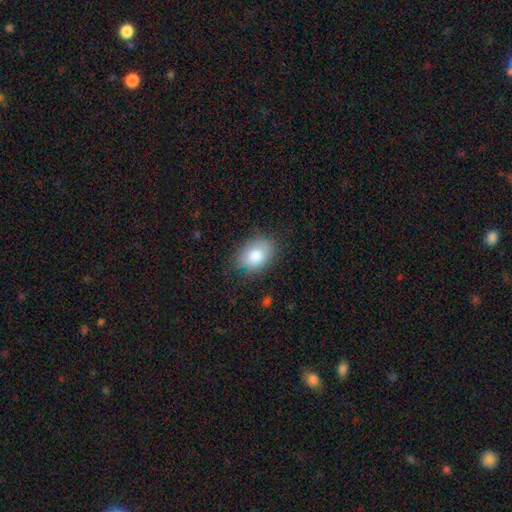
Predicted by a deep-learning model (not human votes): A smooth galaxy with no disk features (82%) that is in between round and cigar-shaped (81%).

Vote fractions:
- Smooth or featured? smooth: 82% / featured or disk: 11% / star or artifact: 8%
- How rounded? in between: 81% / round: 18% / cigar-shaped: 1%
- Merging? none: 75% / minor disturbance: 19% / major disturbance: 5% / merger: 1%